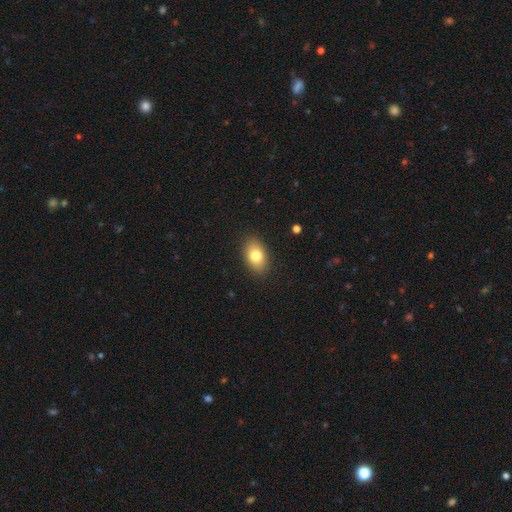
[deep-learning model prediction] Smooth or featured?
  - smooth: 80% *
  - featured or disk: 12%
  - star or artifact: 8%
How rounded?
  - in between: 86% *
  - round: 13%
  - cigar-shaped: 2%
Merging?
  - none: 88% *
  - minor disturbance: 9%
  - major disturbance: 2%
  - merger: 1%